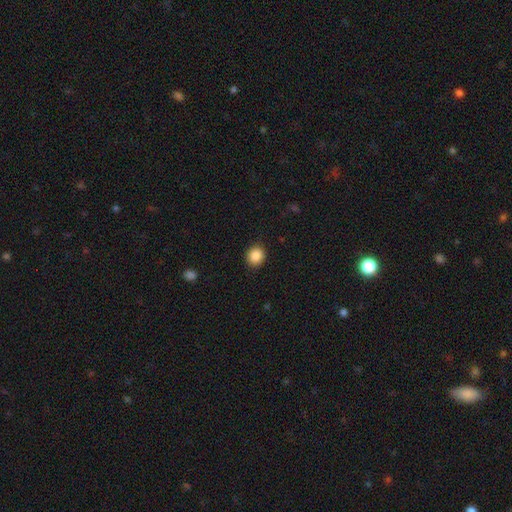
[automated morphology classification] Smooth or featured? Predicted: smooth (p=0.87). How rounded? Predicted: round (p=0.80). Merging? Predicted: none (p=0.90).